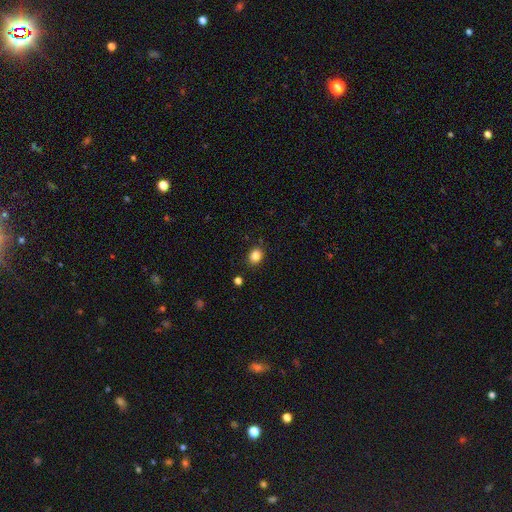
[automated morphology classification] The model was most divided on "how rounded": round: 60%, in between: 39%, cigar-shaped: 1%. More confident: merging — none (88%); smooth or featured — smooth (84%).